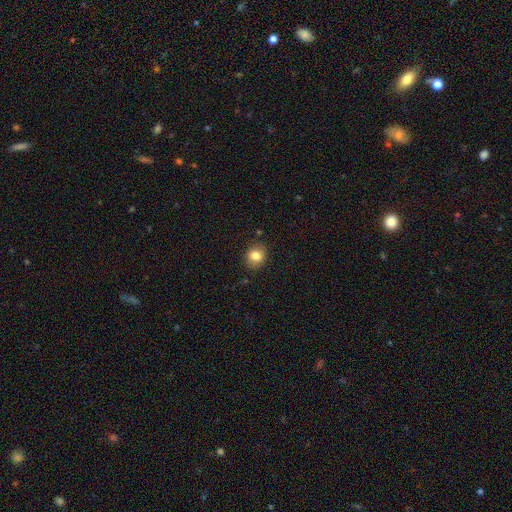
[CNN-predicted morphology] Overall: smooth (83%). How rounded: round (70%). Merging: none (85%).